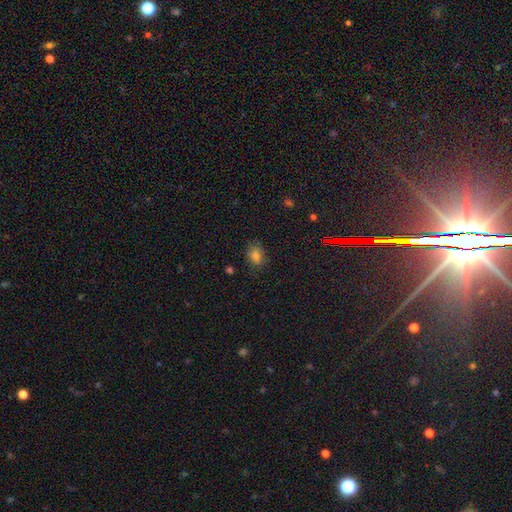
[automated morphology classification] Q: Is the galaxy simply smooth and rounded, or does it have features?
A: smooth — 76%.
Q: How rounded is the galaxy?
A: in between — 66%.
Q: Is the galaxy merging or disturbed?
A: none — 78%.